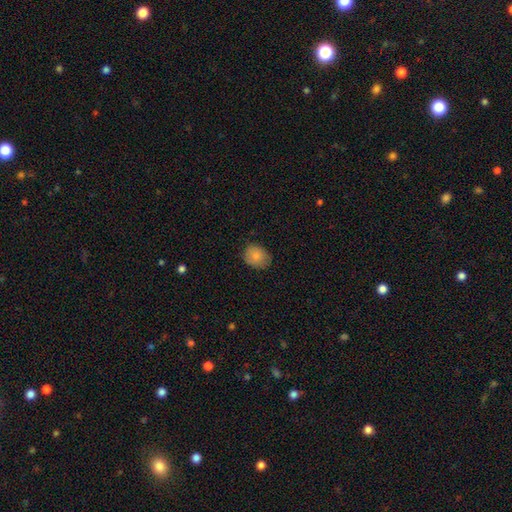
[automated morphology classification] smooth 82%, featured or disk 10%, star or artifact 8%. Down the decision tree: how rounded — in between (50%); merging — none (77%).